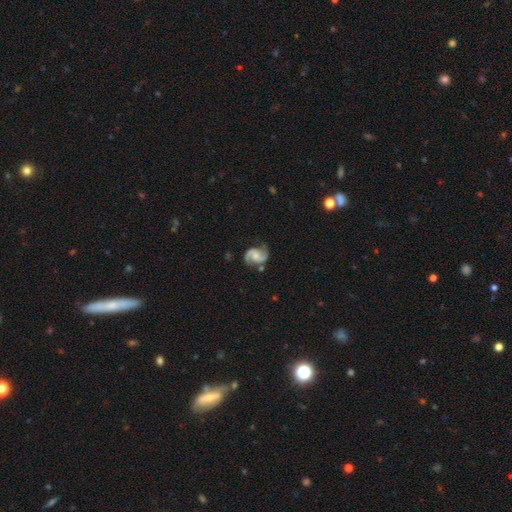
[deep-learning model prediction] Smooth or featured? Predicted: featured or disk (p=0.89). Edge-on disk? Predicted: no (p=0.98). Bar? Predicted: no (p=0.57). Spiral arms? Predicted: yes (p=0.98). Spiral winding? Predicted: medium (p=0.57). Spiral arm count? Predicted: 2 (p=0.93). Bulge size? Predicted: small (p=0.42). Merging? Predicted: none (p=0.77).